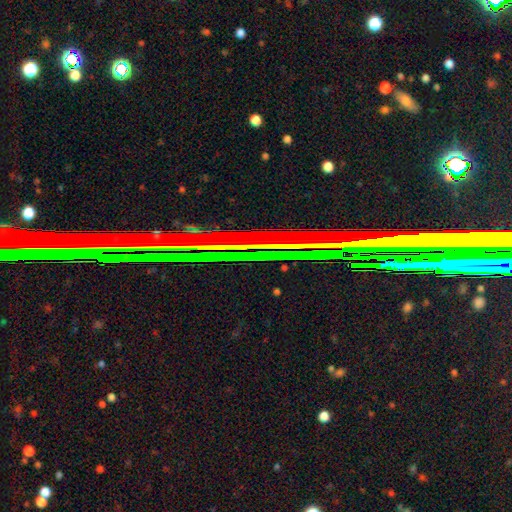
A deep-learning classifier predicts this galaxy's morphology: A star or artifact, not a galaxy (77%).